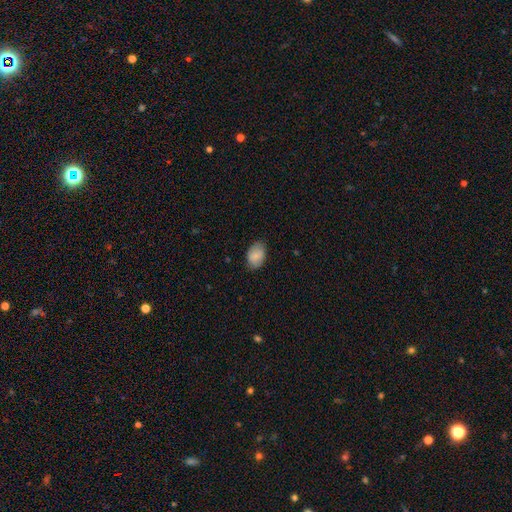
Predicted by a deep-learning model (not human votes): Smooth or featured?
  - smooth: 84% *
  - featured or disk: 9%
  - star or artifact: 7%
How rounded?
  - in between: 85% *
  - round: 14%
  - cigar-shaped: 1%
Merging?
  - none: 80% *
  - minor disturbance: 16%
  - major disturbance: 3%
  - merger: 1%